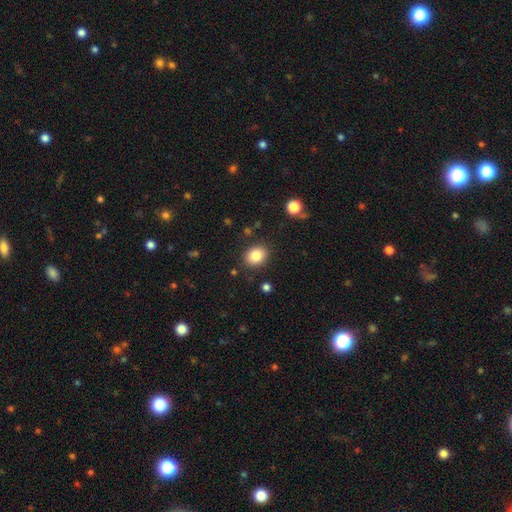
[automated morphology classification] Smooth or featured? smooth (84%)
How rounded? in between (51%)
Merging? none (87%)